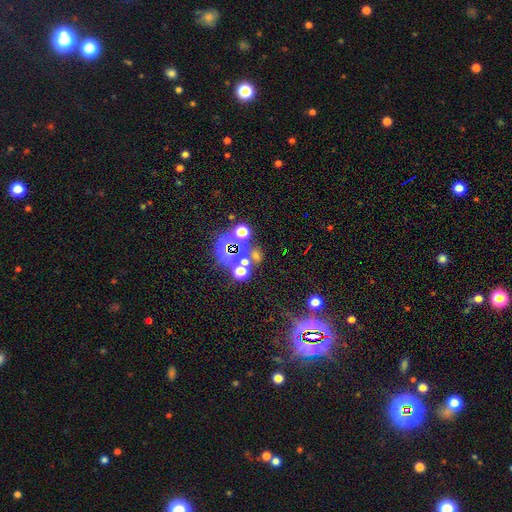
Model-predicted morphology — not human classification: type=star or artifact (49%).